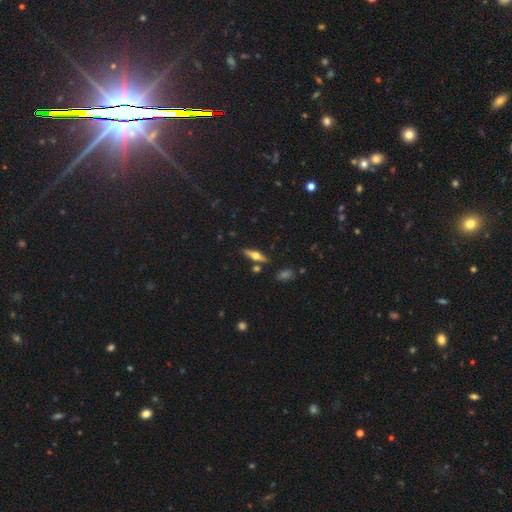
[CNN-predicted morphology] Overall: featured or disk (60%; smooth 33%). Edge-on disk: yes (94%). Edge-on bulge: rounded (95%). Merging: none (82%).